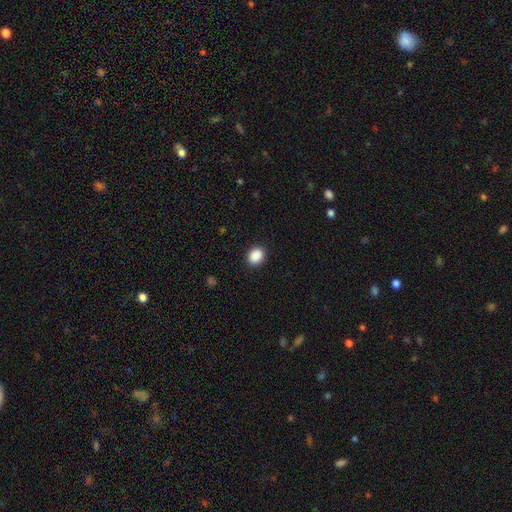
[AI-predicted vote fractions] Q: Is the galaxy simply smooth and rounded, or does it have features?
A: smooth — 89%.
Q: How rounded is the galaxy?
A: round — 59%.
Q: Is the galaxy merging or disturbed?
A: none — 90%.